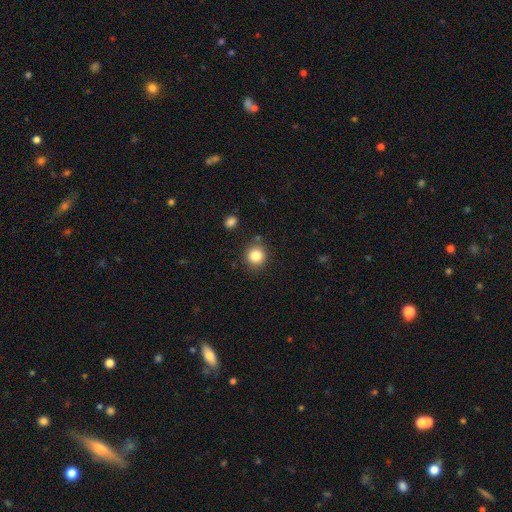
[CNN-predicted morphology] Q: Smooth or featured?
A: smooth (84%); runner-up: star or artifact (11%)
Q: How rounded?
A: round (89%); runner-up: in between (10%)
Q: Merging?
A: none (85%); runner-up: minor disturbance (9%)